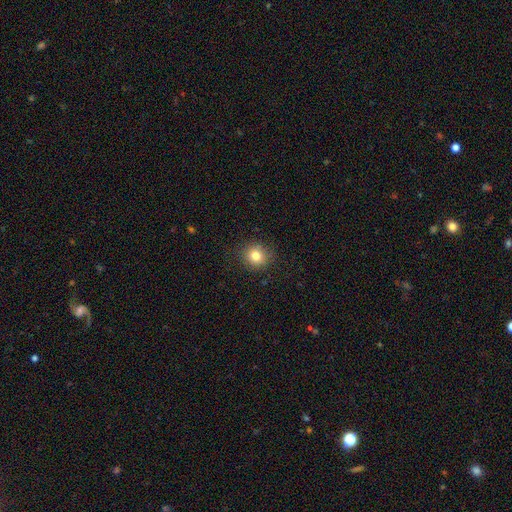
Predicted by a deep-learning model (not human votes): Smooth or featured? Predicted: smooth (p=0.81). How rounded? Predicted: round (p=0.85). Merging? Predicted: none (p=0.87).